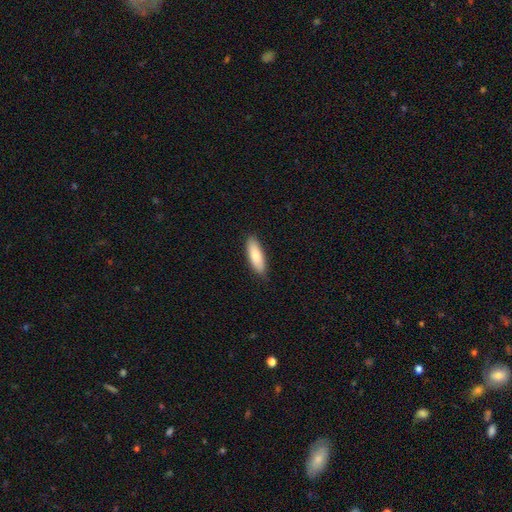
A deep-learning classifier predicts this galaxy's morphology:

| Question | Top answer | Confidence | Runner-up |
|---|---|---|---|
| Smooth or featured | smooth | 81% | featured or disk (13%) |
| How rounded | in between | 55% | cigar-shaped (44%) |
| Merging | none | 85% | minor disturbance (12%) |